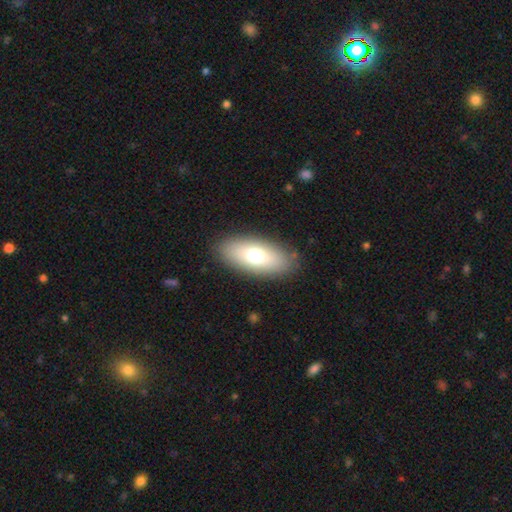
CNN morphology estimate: Smooth or featured? smooth (70%)
How rounded? in between (84%)
Merging? none (87%)